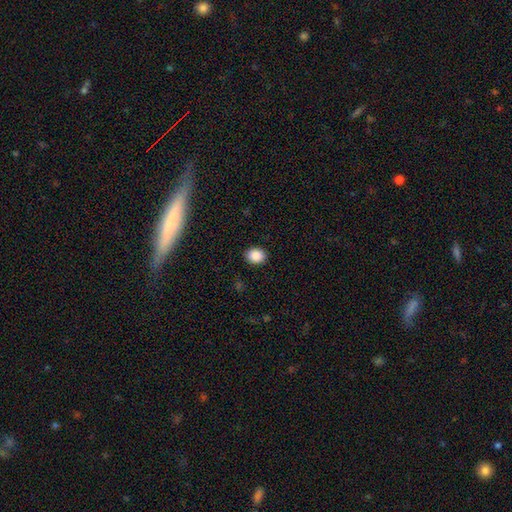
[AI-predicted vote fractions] A smooth galaxy with no disk features (87%) that is round (55%).

Vote fractions:
- Smooth or featured? smooth: 87% / star or artifact: 9% / featured or disk: 3%
- How rounded? round: 55% / in between: 44% / cigar-shaped: 1%
- Merging? none: 89% / minor disturbance: 7% / major disturbance: 2% / merger: 1%